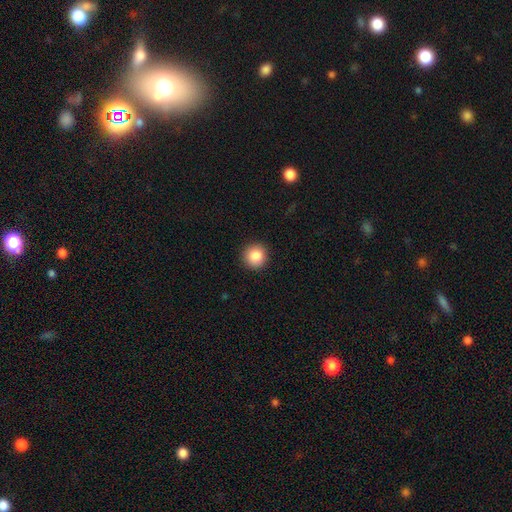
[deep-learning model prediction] smooth-or-featured: smooth: 86% | star or artifact: 9% | featured or disk: 4%
  how-rounded: round: 94% | in between: 5% | cigar-shaped: 1%
  merging: none: 92% | minor disturbance: 6% | major disturbance: 2% | merger: 1%